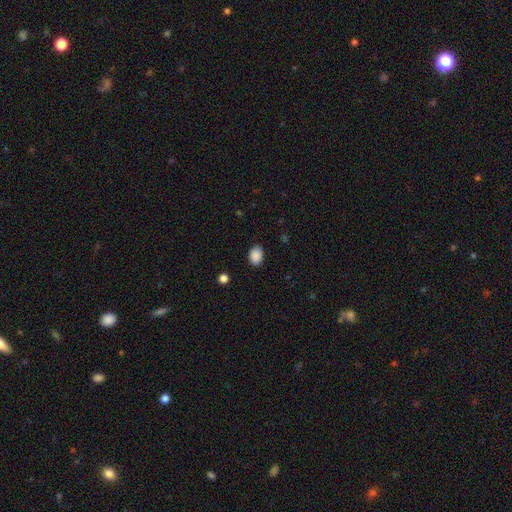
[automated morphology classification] Q: Smooth or featured?
A: smooth (89%); runner-up: star or artifact (8%)
Q: How rounded?
A: in between (72%); runner-up: round (27%)
Q: Merging?
A: none (87%); runner-up: minor disturbance (10%)